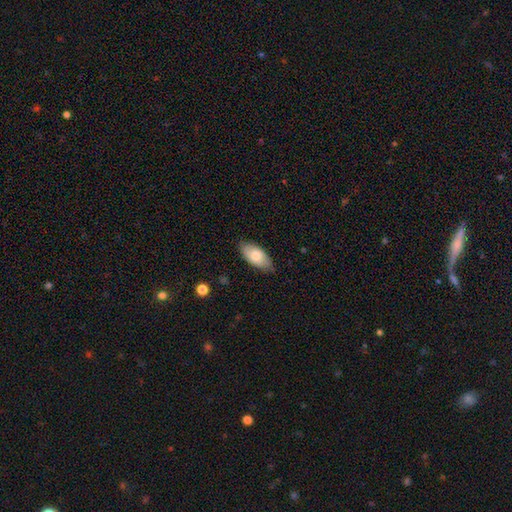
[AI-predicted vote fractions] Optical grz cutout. It shows a smooth galaxy with no disk features (79%) that is in between round and cigar-shaped (93%). Merging: none (80%).